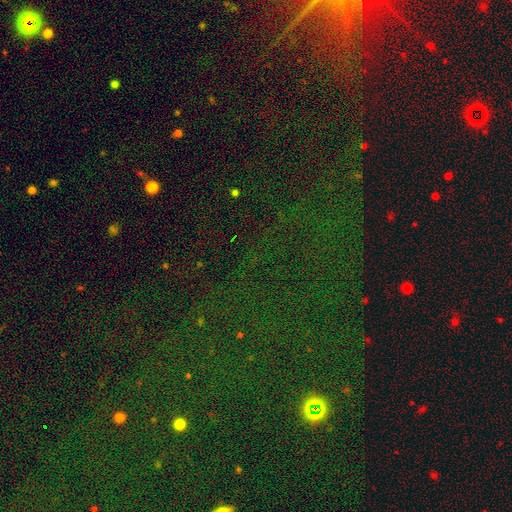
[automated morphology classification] star or artifact 78%, smooth 12%, featured or disk 10%.